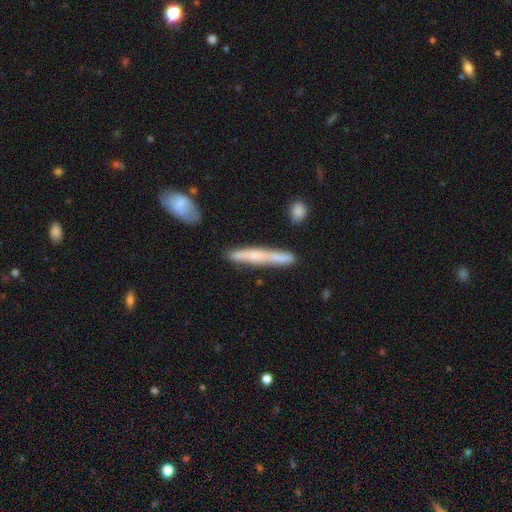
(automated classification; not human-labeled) Smooth or featured: smooth — 51% (featured or disk — 42%)
How rounded: cigar-shaped — 94% (in between — 5%)
Merging: none — 75% (minor disturbance — 16%)